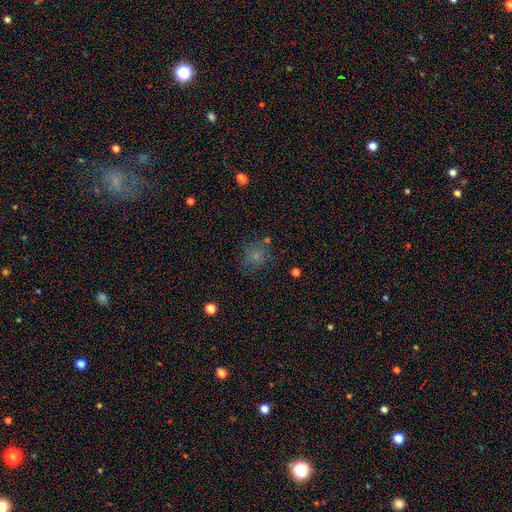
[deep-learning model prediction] Morphology: type=smooth (75%); roundness=round (80%); merging=none (73%).